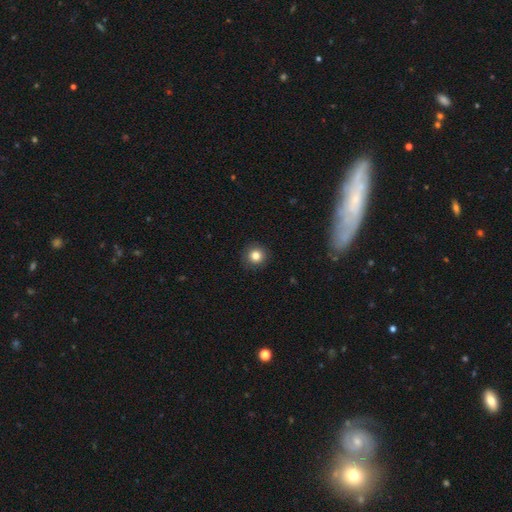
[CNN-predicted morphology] A smooth galaxy with no disk features (82%) that is round (94%).

Vote fractions:
- Smooth or featured? smooth: 82% / star or artifact: 11% / featured or disk: 7%
- How rounded? round: 94% / in between: 5% / cigar-shaped: 1%
- Merging? none: 91% / minor disturbance: 6% / major disturbance: 2% / merger: 1%